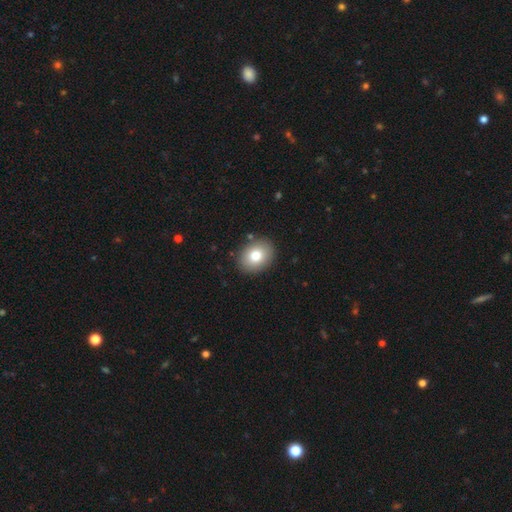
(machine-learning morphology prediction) A smooth galaxy with no disk features (79%) that is in between round and cigar-shaped (54%).

Vote fractions:
- Smooth or featured? smooth: 79% / featured or disk: 12% / star or artifact: 9%
- How rounded? in between: 54% / round: 45% / cigar-shaped: 1%
- Merging? none: 88% / minor disturbance: 8% / major disturbance: 2% / merger: 2%